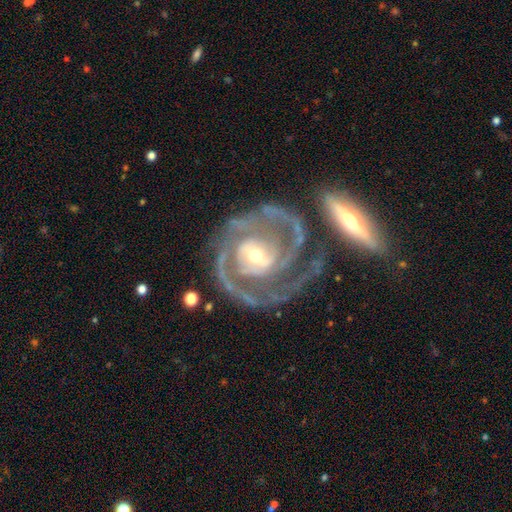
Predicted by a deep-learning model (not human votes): Overall: featured or disk (93%). Edge-on disk: no (98%). Bar: weak (42%; strong 34%). Spiral arms: yes (98%). Spiral arm count: 2 (60%). Spiral winding: medium (46%; tight 45%). Bulge size: moderate (47%, tied with small). Merging: none (58%; minor disturbance 18%).